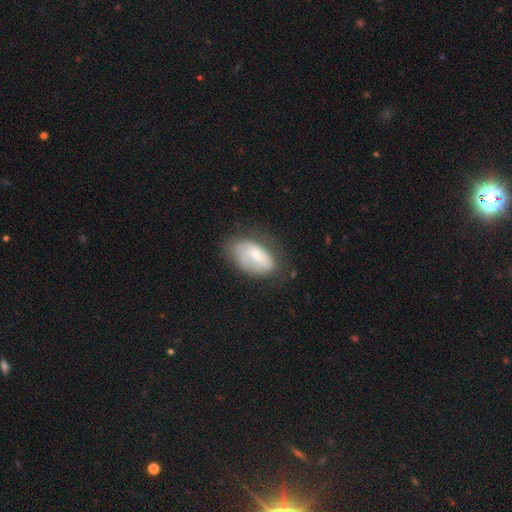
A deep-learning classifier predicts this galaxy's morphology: Overall: smooth (52%; featured or disk 41%). How rounded: in between (91%). Merging: none (48%; minor disturbance 33%).